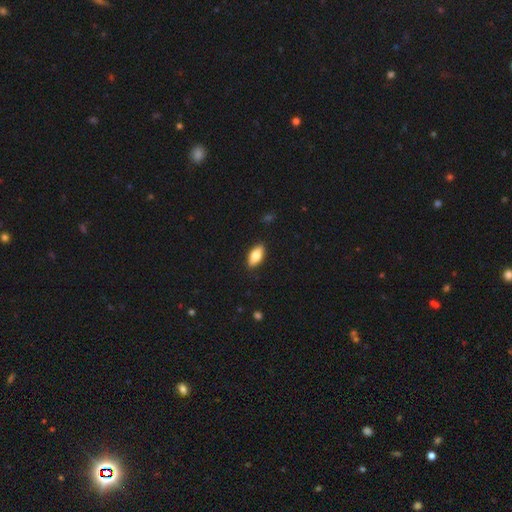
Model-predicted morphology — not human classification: A smooth galaxy with no disk features (75%) that is in between round and cigar-shaped (85%).

Vote fractions:
- Smooth or featured? smooth: 75% / featured or disk: 19% / star or artifact: 6%
- How rounded? in between: 85% / cigar-shaped: 12% / round: 3%
- Merging? none: 88% / minor disturbance: 9% / major disturbance: 2% / merger: 1%